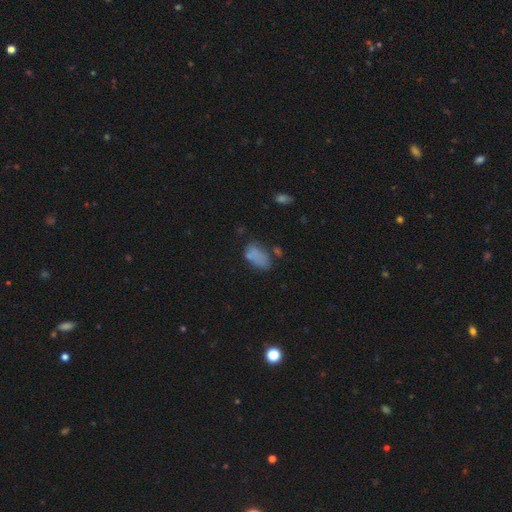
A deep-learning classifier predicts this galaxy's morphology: type=smooth (73%); roundness=in between (90%); merging=none (44%).